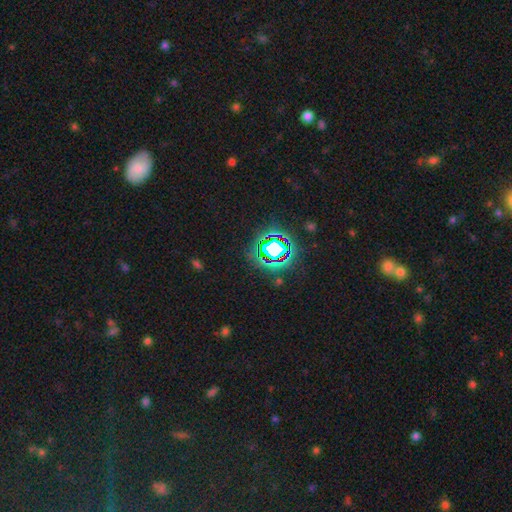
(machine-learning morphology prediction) type=star or artifact (79%).